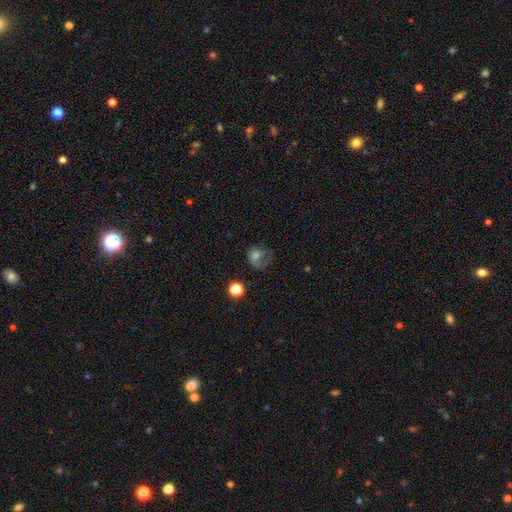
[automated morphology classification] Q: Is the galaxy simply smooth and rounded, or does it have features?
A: smooth — 60%.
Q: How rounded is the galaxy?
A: round — 63%.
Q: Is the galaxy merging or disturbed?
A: major disturbance — 41%.